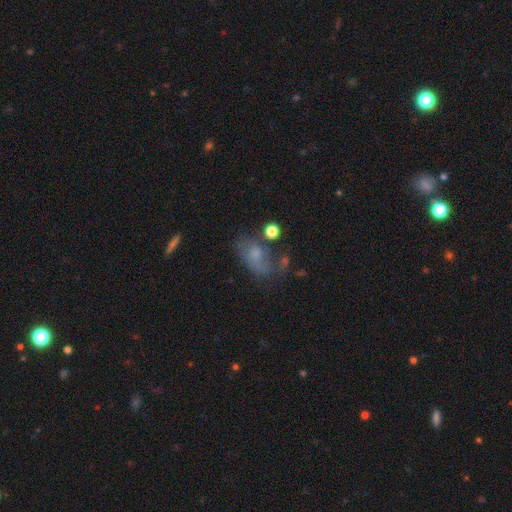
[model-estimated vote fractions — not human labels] Smooth or featured: smooth — 52% (featured or disk — 33%)
How rounded: in between — 82% (round — 15%)
Merging: none — 39% (major disturbance — 26%)